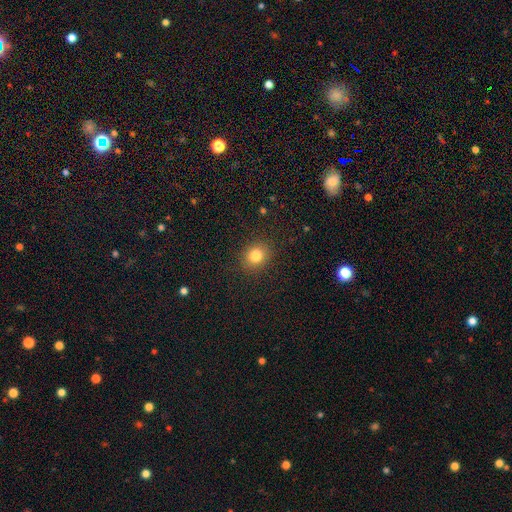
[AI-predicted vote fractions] Smooth or featured? smooth (81%)
How rounded? round (71%)
Merging? none (89%)